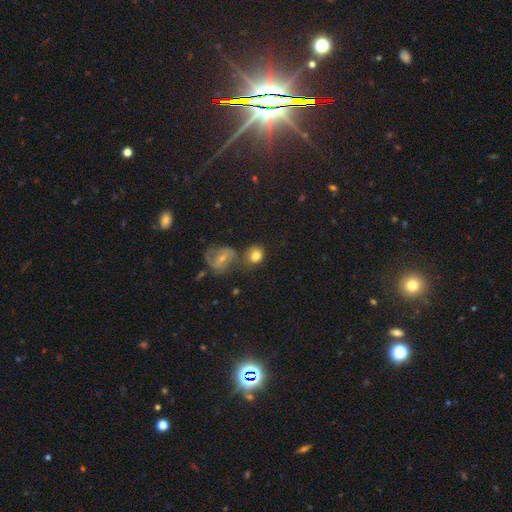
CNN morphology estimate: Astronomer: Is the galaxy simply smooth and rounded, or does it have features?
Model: smooth — 78%.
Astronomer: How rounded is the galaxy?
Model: round — 71%.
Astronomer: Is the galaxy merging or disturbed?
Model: none — 60%.